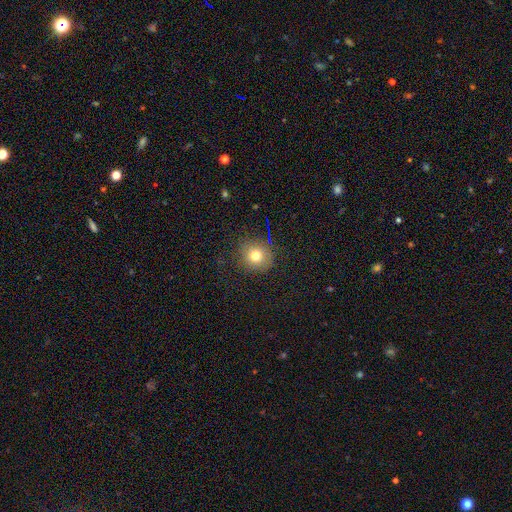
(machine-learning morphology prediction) Smooth or featured: smooth — 76% (star or artifact — 14%)
How rounded: round — 88% (in between — 11%)
Merging: none — 83% (minor disturbance — 11%)